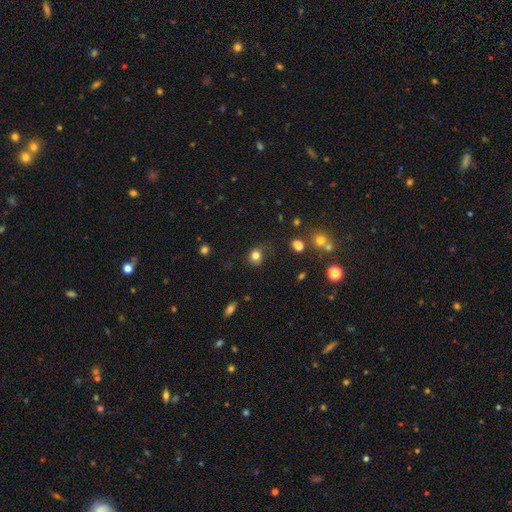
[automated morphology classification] Smooth or featured? Predicted: smooth (p=0.80). How rounded? Predicted: round (p=0.76). Merging? Predicted: none (p=0.66).